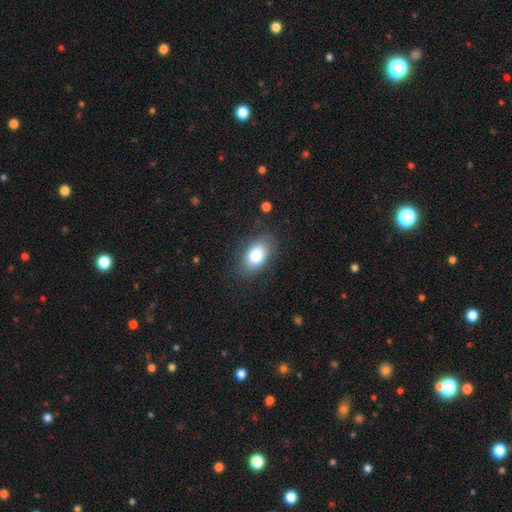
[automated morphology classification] Smooth or featured?
  - smooth: 79% *
  - featured or disk: 13%
  - star or artifact: 7%
How rounded?
  - in between: 91% *
  - round: 8%
  - cigar-shaped: 2%
Merging?
  - none: 79% *
  - minor disturbance: 14%
  - major disturbance: 5%
  - merger: 1%